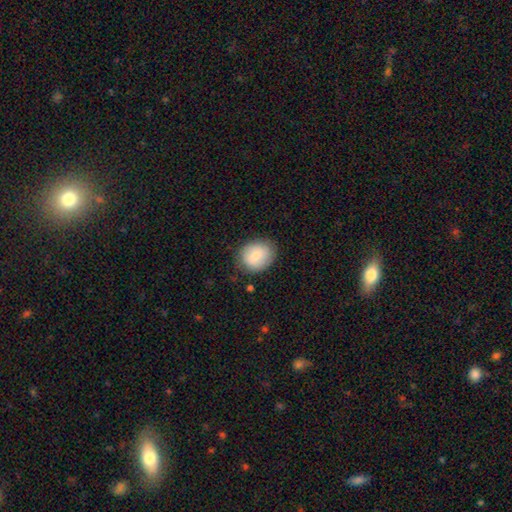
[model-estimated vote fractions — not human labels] A smooth galaxy with no disk features (77%) that is round (60%). Merging: none (80%).